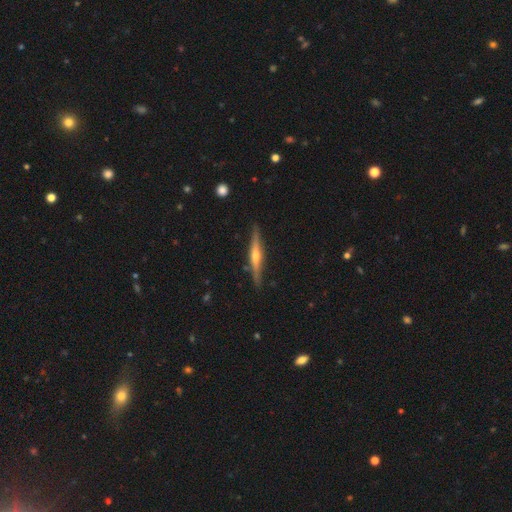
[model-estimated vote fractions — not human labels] smooth_or_featured: featured or disk (p=0.71) [alt: smooth p=0.23]
disk_edge_on: yes (p=0.97) [alt: no p=0.03]
edge_on_bulge: rounded (p=0.83) [alt: none p=0.10]
merging: none (p=0.89) [alt: minor disturbance p=0.08]